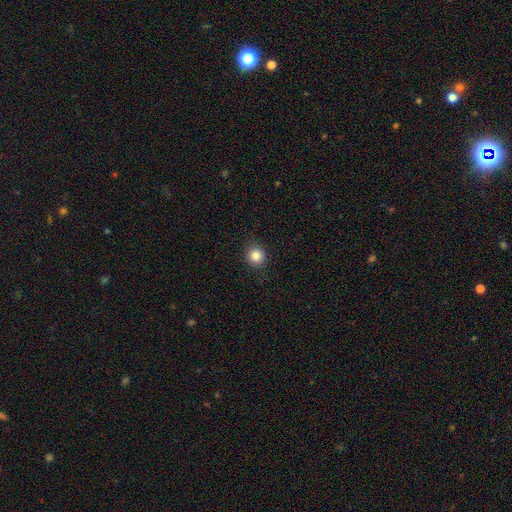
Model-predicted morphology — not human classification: Overall: smooth (84%). How rounded: round (90%). Merging: none (90%).